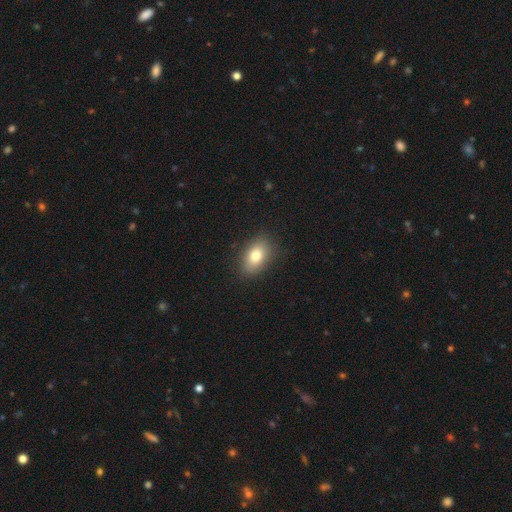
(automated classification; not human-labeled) This is likely a smooth galaxy (78%). How rounded: clearly in between (83%). Merging: clearly none (86%).